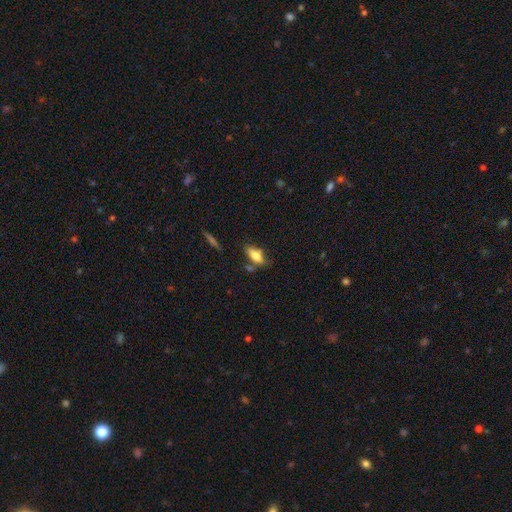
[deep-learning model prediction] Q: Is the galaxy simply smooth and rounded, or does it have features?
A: smooth — 70%.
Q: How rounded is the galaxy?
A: in between — 76%.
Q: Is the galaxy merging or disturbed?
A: none — 63%.